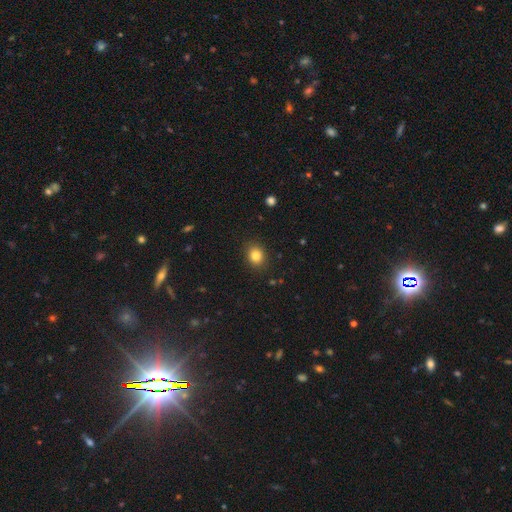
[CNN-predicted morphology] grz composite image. It shows a smooth galaxy with no disk features (83%) that is round (62%). Merging: none (88%).